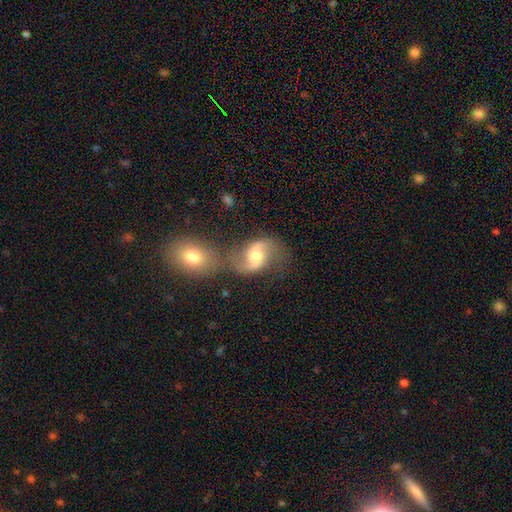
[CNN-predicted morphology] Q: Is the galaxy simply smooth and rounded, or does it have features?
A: featured or disk — 78%.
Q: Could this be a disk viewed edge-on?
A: no — 97%.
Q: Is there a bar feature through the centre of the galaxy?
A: weak — 43%.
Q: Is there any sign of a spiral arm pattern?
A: yes — 93%.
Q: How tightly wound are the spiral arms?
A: loose — 69%.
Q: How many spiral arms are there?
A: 2 — 92%.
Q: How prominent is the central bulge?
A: moderate — 70%.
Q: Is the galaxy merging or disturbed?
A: none — 46%.